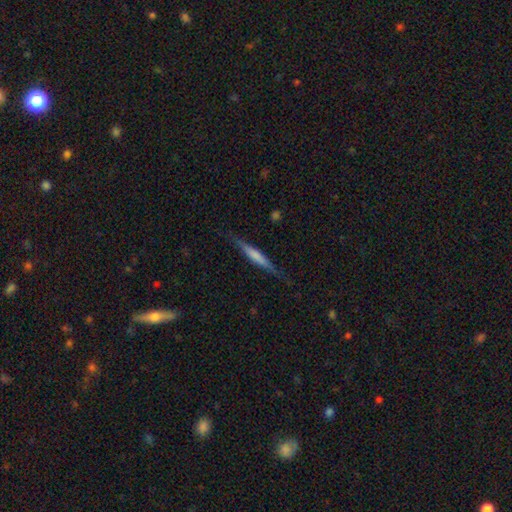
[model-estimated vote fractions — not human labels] smooth 48%, featured or disk 46%, star or artifact 6%. Down the decision tree: merging — none (83%).